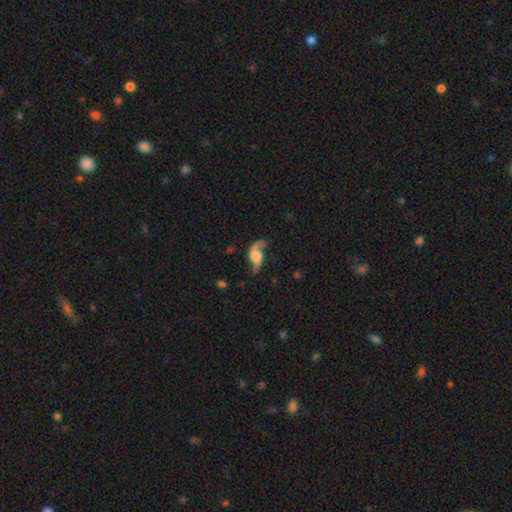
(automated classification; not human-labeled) The model was most divided on "bulge size": large: 39%, moderate: 27%, none: 14%, small: 13%, dominant: 8%. More confident: edge-on disk — no (93%); spiral arms — yes (91%); spiral winding — loose (81%); spiral arm count — 2 (77%); smooth or featured — featured or disk (73%); bar — no (66%); merging — none (50%).